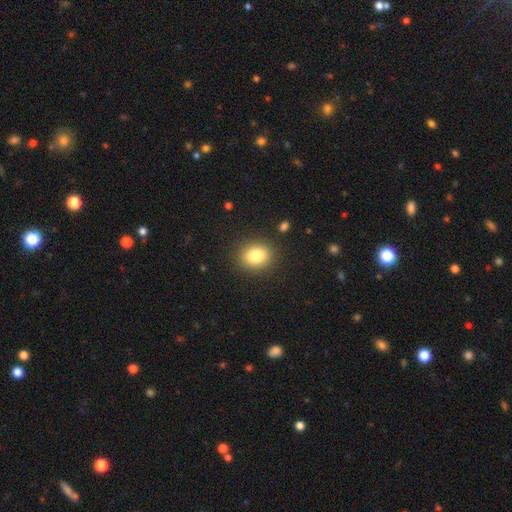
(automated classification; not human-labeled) A smooth galaxy with no disk features (83%) that is round (60%). Merging: none (88%).